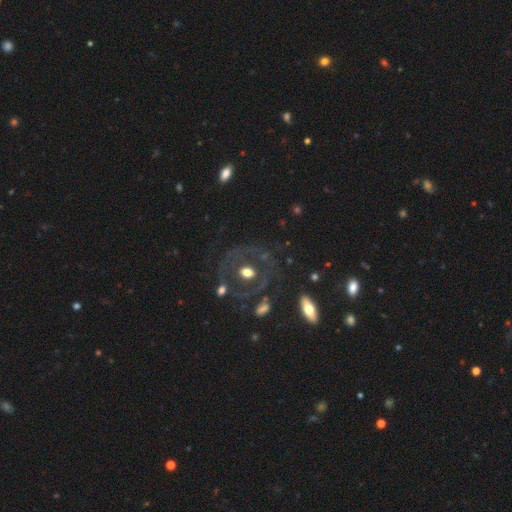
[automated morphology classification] Overall: featured or disk (59%; smooth 22%). Edge-on disk: no (95%). Bar: no (73%). Spiral arms: yes (51%; no 49%). Bulge size: moderate (61%). Merging: none (59%).